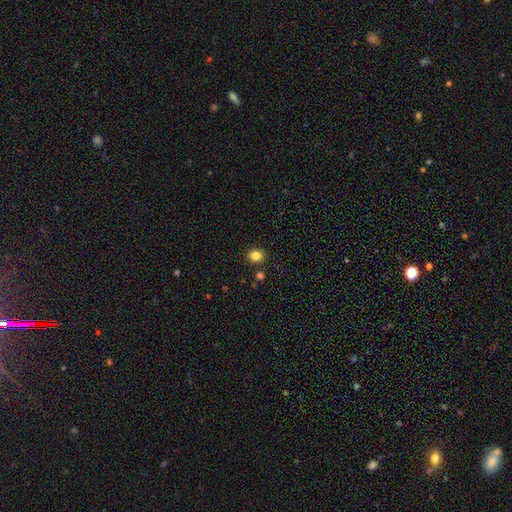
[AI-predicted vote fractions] smooth 83%, star or artifact 12%, featured or disk 5%. Down the decision tree: how rounded — round (67%); merging — none (86%).